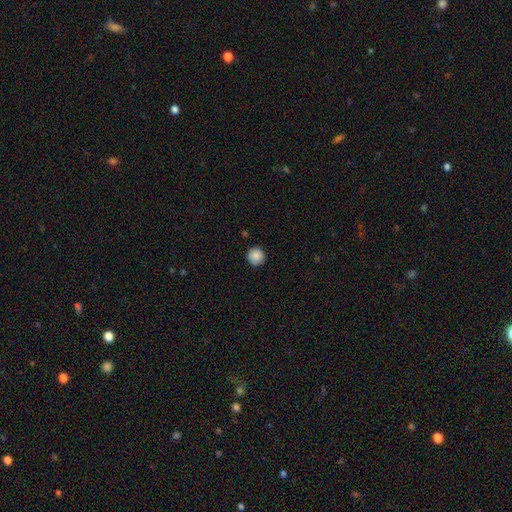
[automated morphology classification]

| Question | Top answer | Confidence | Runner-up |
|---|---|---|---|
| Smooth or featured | smooth | 88% | star or artifact (9%) |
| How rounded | round | 95% | in between (4%) |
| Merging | none | 91% | minor disturbance (6%) |